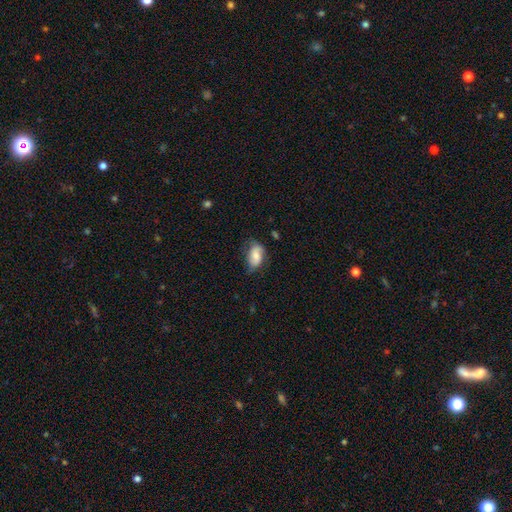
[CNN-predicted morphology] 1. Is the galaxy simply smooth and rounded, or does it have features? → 67% smooth, 25% featured or disk, 8% star or artifact.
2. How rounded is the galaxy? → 89% in between, 9% round, 2% cigar-shaped.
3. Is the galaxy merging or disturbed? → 53% none, 33% minor disturbance, 12% major disturbance, 2% merger.